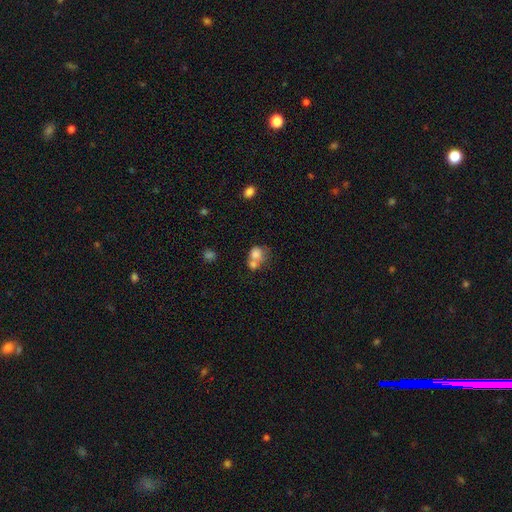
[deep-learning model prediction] smooth-or-featured: smooth: 75% | featured or disk: 15% | star or artifact: 10%
  how-rounded: round: 67% | in between: 32% | cigar-shaped: 1%
  merging: merger: 58% | none: 27% | minor disturbance: 9% | major disturbance: 6%